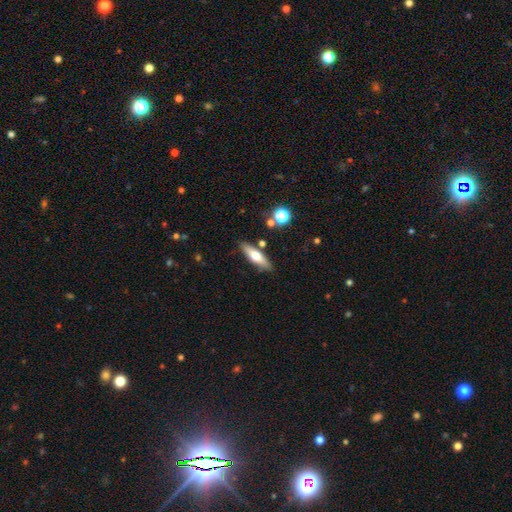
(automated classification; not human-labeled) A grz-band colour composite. It shows a smooth galaxy with no disk features (59%) that is cigar-shaped (58%). Merging: none (82%).